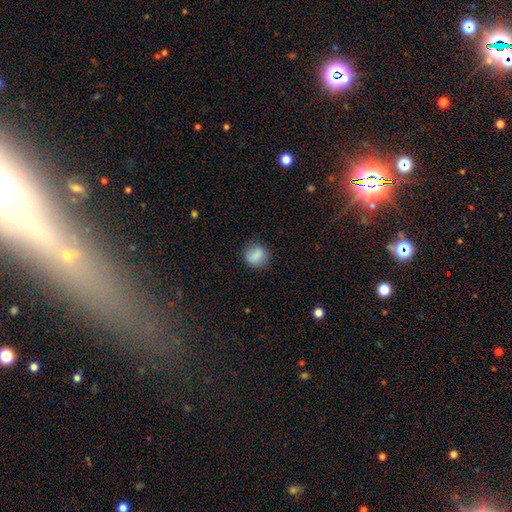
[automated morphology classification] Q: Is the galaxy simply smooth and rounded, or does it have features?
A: smooth — 85%.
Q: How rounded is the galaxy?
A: round — 75%.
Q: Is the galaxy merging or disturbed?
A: none — 82%.